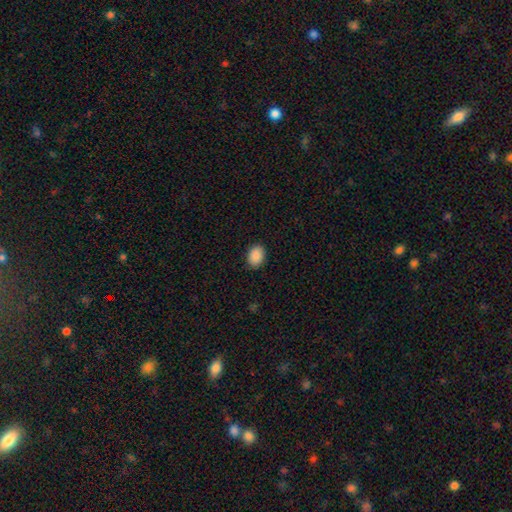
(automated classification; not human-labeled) smooth_or_featured: smooth (p=0.90) [alt: star or artifact p=0.07]
how_rounded: in between (p=0.76) [alt: round p=0.23]
merging: none (p=0.88) [alt: minor disturbance p=0.09]